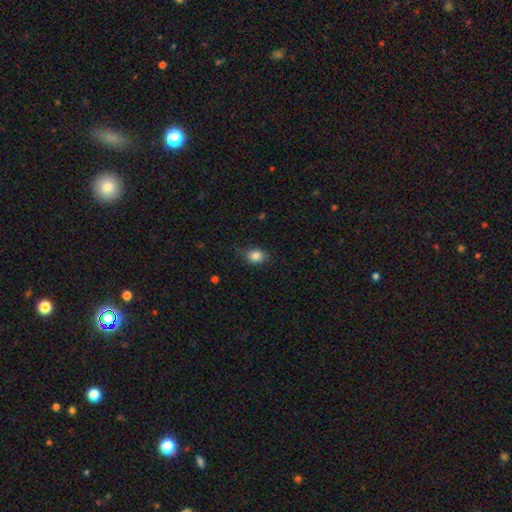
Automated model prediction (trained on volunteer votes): Overall: smooth (85%). How rounded: in between (56%; round 43%). Merging: none (70%).